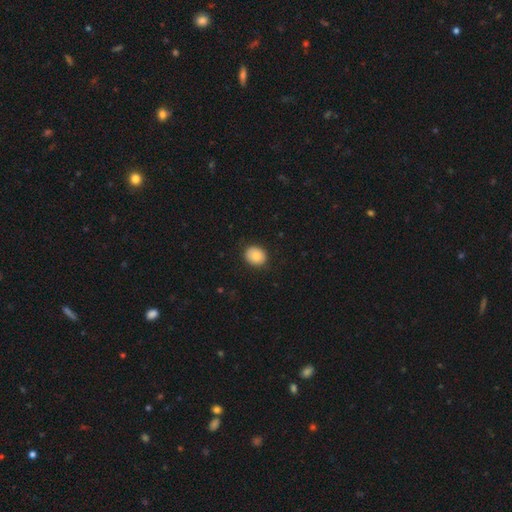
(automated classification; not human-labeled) smooth-or-featured: smooth: 84% | star or artifact: 8% | featured or disk: 8%
  how-rounded: round: 57% | in between: 42% | cigar-shaped: 1%
  merging: none: 84% | minor disturbance: 12% | major disturbance: 3% | merger: 1%